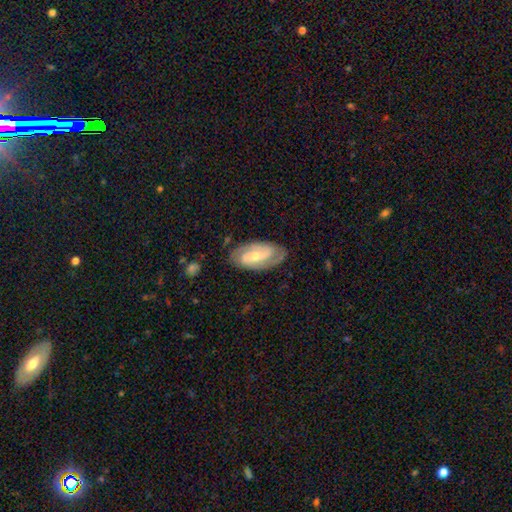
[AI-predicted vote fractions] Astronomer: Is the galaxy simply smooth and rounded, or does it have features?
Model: featured or disk — 80%.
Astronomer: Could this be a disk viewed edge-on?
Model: no — 95%.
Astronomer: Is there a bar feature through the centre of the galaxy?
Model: weak — 42% (runner-up: no, 31%).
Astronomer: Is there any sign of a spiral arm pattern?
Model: yes — 93%.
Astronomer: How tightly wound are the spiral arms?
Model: tight — 44% (runner-up: medium, 42%).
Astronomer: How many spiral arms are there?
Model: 2 — 83%.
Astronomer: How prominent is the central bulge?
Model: small — 50% (runner-up: moderate, 46%).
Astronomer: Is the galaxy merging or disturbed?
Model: none — 81%.